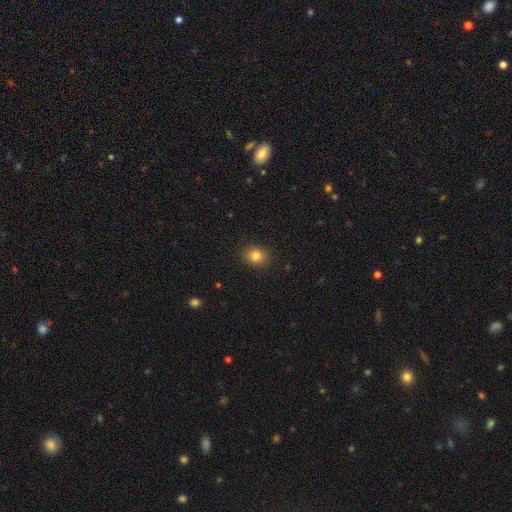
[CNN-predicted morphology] Overall: smooth (83%). How rounded: round (63%; in between 36%). Merging: none (90%).